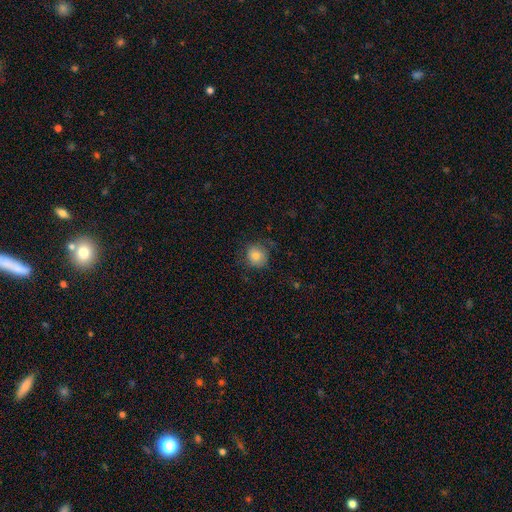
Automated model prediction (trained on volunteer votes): smooth-or-featured: smooth: 79% | featured or disk: 11% | star or artifact: 10%
  how-rounded: round: 87% | in between: 12% | cigar-shaped: 1%
  merging: none: 73% | minor disturbance: 18% | major disturbance: 7% | merger: 1%